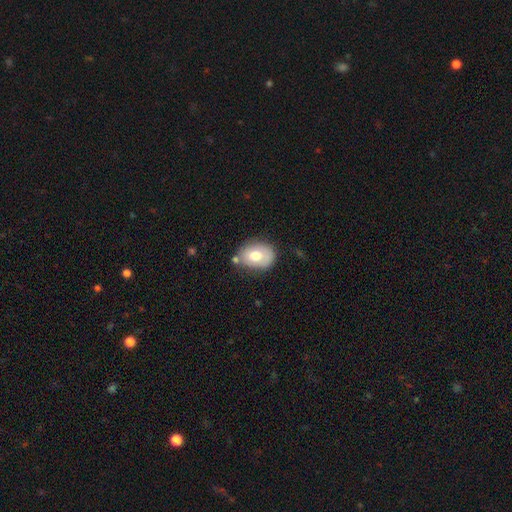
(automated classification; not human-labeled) smooth_or_featured: smooth (p=0.71) [alt: featured or disk p=0.22]
how_rounded: in between (p=0.64) [alt: round p=0.35]
merging: none (p=0.64) [alt: minor disturbance p=0.21]